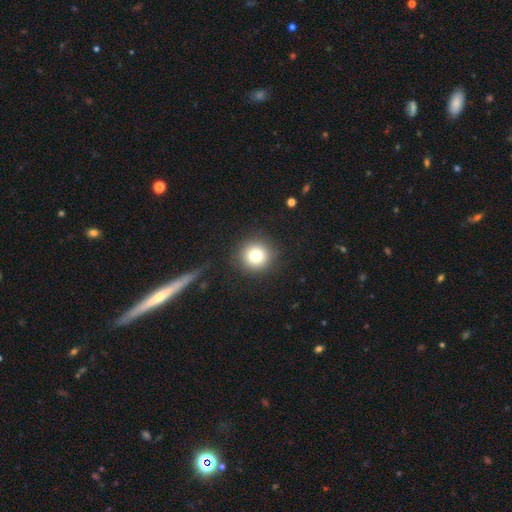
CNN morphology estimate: The model was most divided on "smooth or featured": smooth: 78%, star or artifact: 12%, featured or disk: 10%. More confident: how rounded — round (95%); merging — none (89%).